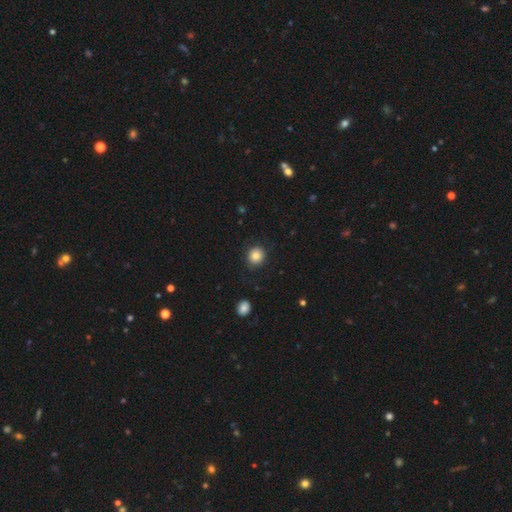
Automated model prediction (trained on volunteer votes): smooth-or-featured: smooth: 83% | star or artifact: 10% | featured or disk: 7%
  how-rounded: round: 83% | in between: 16% | cigar-shaped: 1%
  merging: none: 87% | minor disturbance: 9% | major disturbance: 3% | merger: 1%